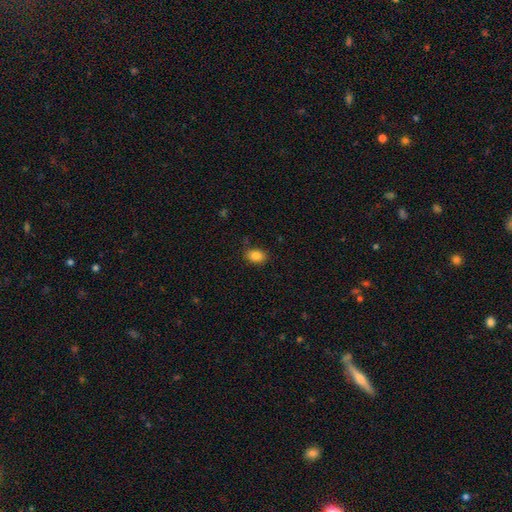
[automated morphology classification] Smooth or featured?
  - smooth: 86% *
  - star or artifact: 9%
  - featured or disk: 5%
How rounded?
  - in between: 77% *
  - round: 22%
  - cigar-shaped: 1%
Merging?
  - none: 84% *
  - minor disturbance: 12%
  - major disturbance: 3%
  - merger: 2%